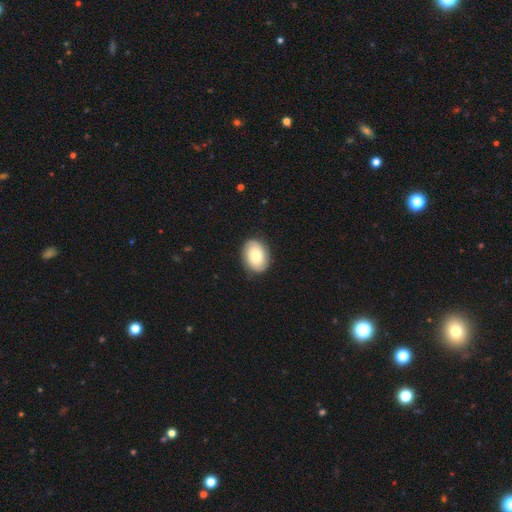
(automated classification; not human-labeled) The model was most divided on "smooth or featured": smooth: 66%, featured or disk: 27%, star or artifact: 7%. More confident: merging — none (85%); how rounded — in between (77%).